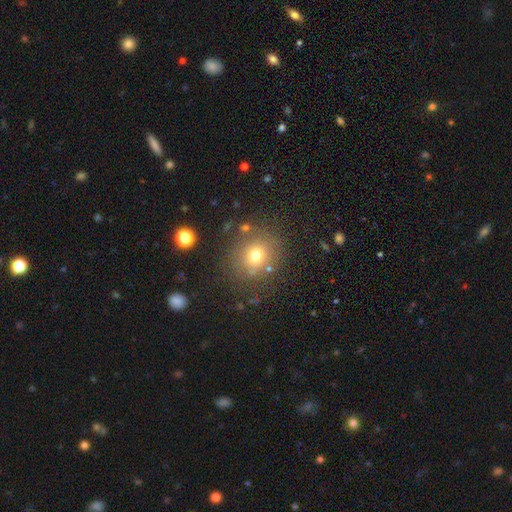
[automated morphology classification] Smooth or featured?
  - smooth: 71% *
  - star or artifact: 17%
  - featured or disk: 12%
How rounded?
  - round: 82% *
  - in between: 17%
  - cigar-shaped: 1%
Merging?
  - none: 79% *
  - minor disturbance: 11%
  - major disturbance: 5%
  - merger: 4%